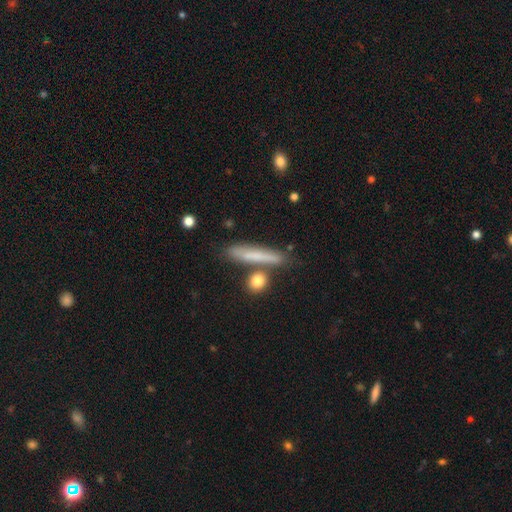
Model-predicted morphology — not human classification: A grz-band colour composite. It shows a smooth galaxy with no disk features (66%) that is cigar-shaped (87%). Merging: none (73%).